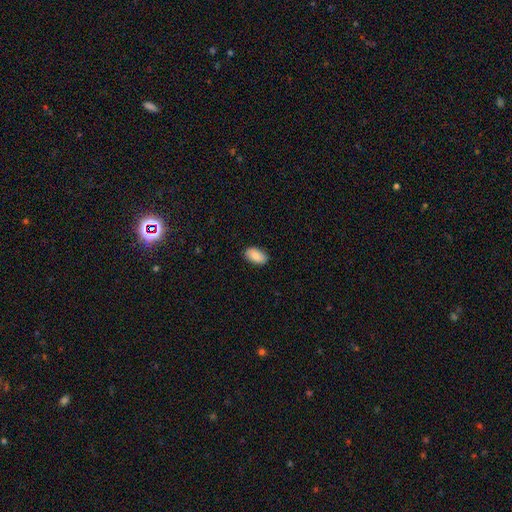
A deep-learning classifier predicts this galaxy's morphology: Smooth or featured? smooth (88%)
How rounded? in between (94%)
Merging? none (87%)